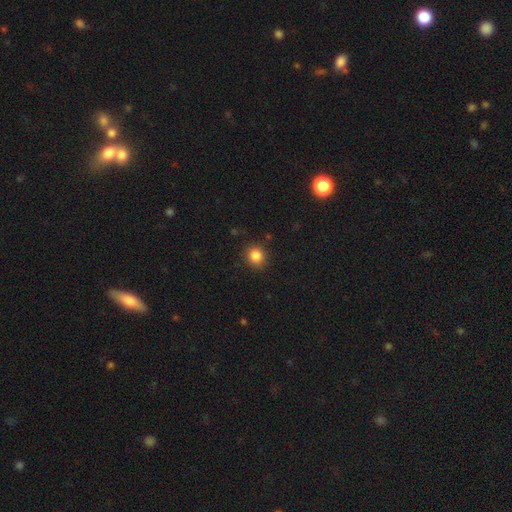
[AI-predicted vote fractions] Smooth or featured? smooth (85%)
How rounded? round (84%)
Merging? none (88%)